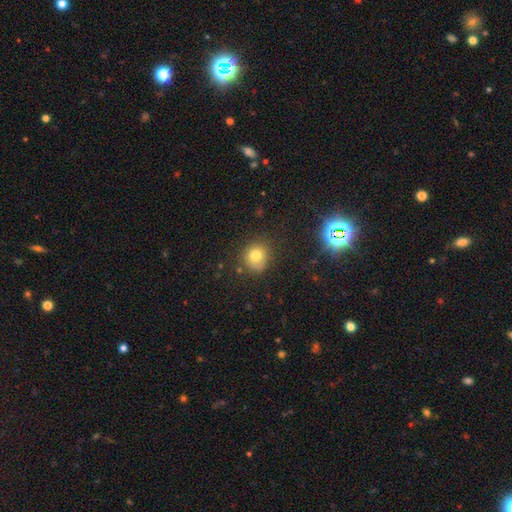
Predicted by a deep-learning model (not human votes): Smooth or featured?
  - smooth: 77% *
  - star or artifact: 14%
  - featured or disk: 9%
How rounded?
  - round: 83% *
  - in between: 16%
  - cigar-shaped: 1%
Merging?
  - none: 77% *
  - minor disturbance: 16%
  - major disturbance: 5%
  - merger: 3%